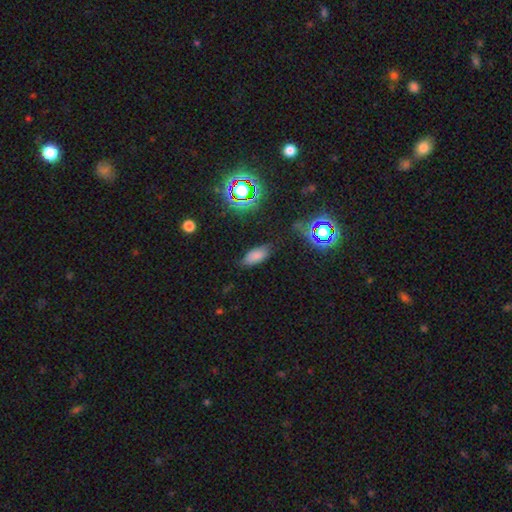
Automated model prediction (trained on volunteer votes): A smooth galaxy with no disk features (73%) that is in between round and cigar-shaped (88%). Merging: none (76%).